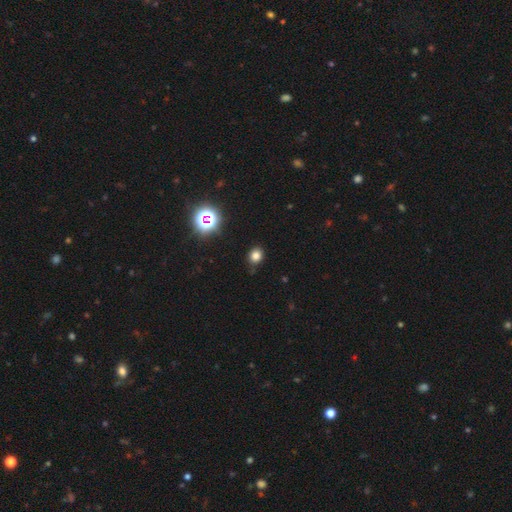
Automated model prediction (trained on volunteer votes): Smooth or featured: smooth — 76% (star or artifact — 18%)
How rounded: round — 61% (in between — 38%)
Merging: none — 83% (minor disturbance — 12%)